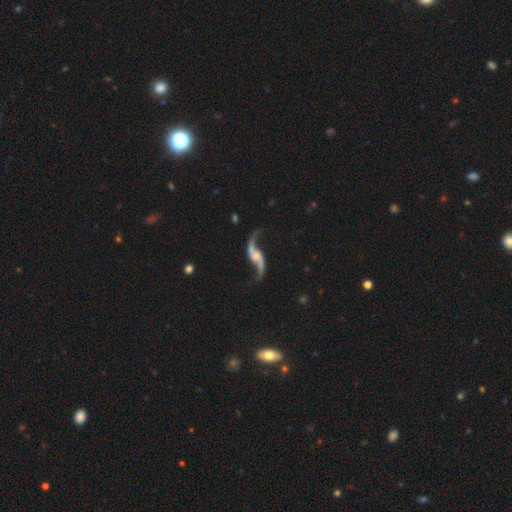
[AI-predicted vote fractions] Smooth or featured? featured or disk (91%)
Edge-on disk? no (95%)
Bar? no (48%)
Spiral arms? yes (97%)
Spiral winding? loose (94%)
Spiral arm count? 2 (94%)
Bulge size? small (41%)
Merging? none (74%)